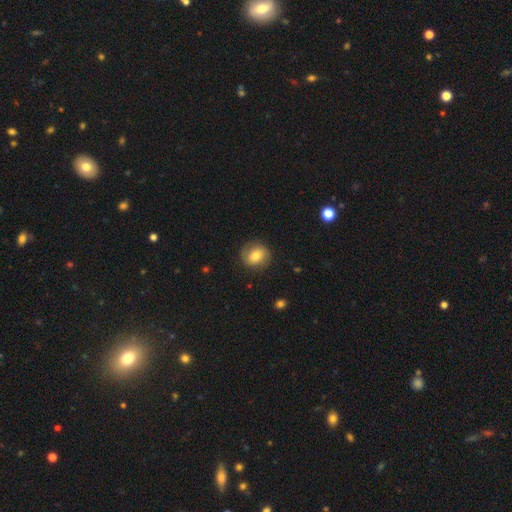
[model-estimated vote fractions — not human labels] The model was most divided on "smooth or featured": smooth: 68%, featured or disk: 24%, star or artifact: 8%. More confident: merging — none (83%); how rounded — round (77%).